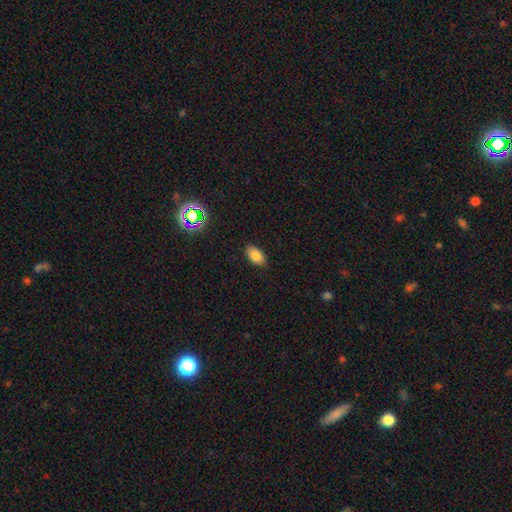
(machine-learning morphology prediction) Q: Smooth or featured?
A: smooth (80%); runner-up: star or artifact (10%)
Q: How rounded?
A: in between (92%); runner-up: round (5%)
Q: Merging?
A: none (87%); runner-up: minor disturbance (10%)